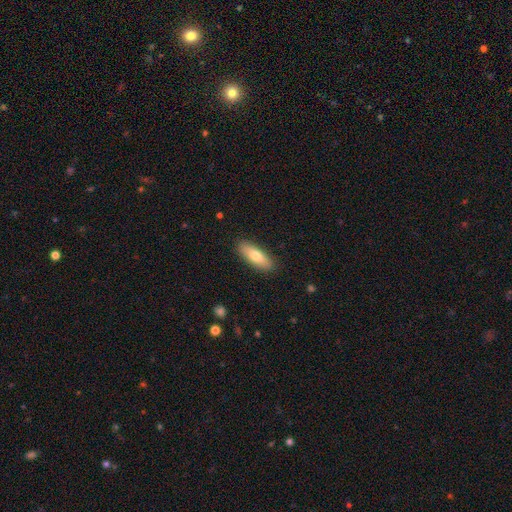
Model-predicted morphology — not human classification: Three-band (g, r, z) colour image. It shows a smooth galaxy with no disk features (73%) that is in between round and cigar-shaped (59%). Merging: none (89%).